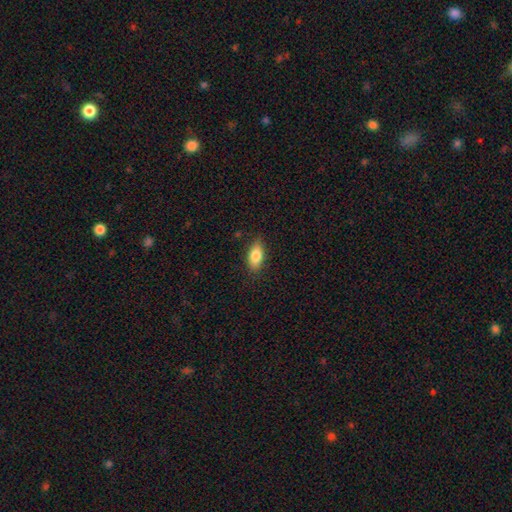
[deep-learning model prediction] Smooth or featured? smooth (82%)
How rounded? in between (86%)
Merging? none (84%)